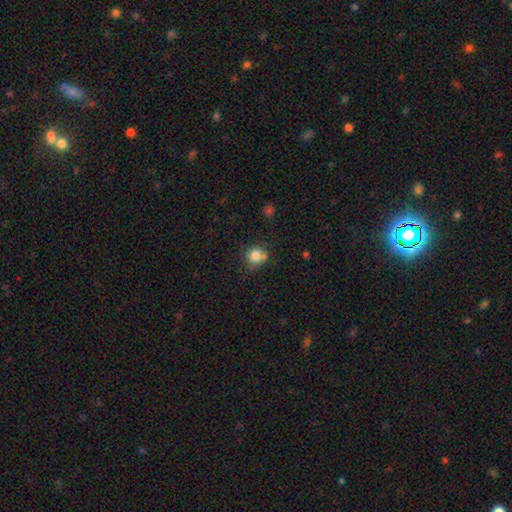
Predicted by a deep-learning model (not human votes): The model was most divided on "merging": none: 60%, minor disturbance: 18%, merger: 16%, major disturbance: 5%. More confident: how rounded — round (84%); smooth or featured — smooth (80%).